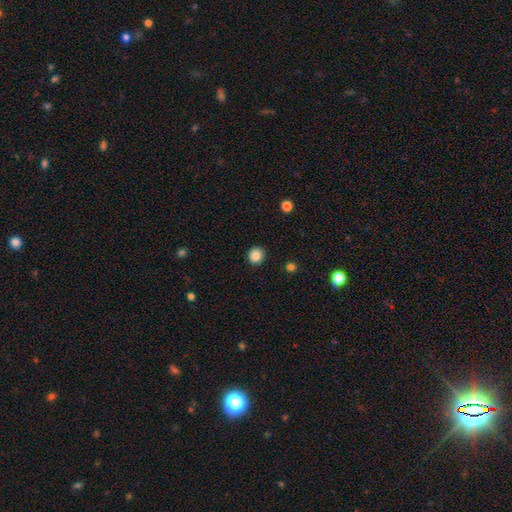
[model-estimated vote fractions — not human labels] Q: Smooth or featured?
A: smooth (86%); runner-up: star or artifact (10%)
Q: How rounded?
A: round (90%); runner-up: in between (9%)
Q: Merging?
A: none (91%); runner-up: minor disturbance (6%)